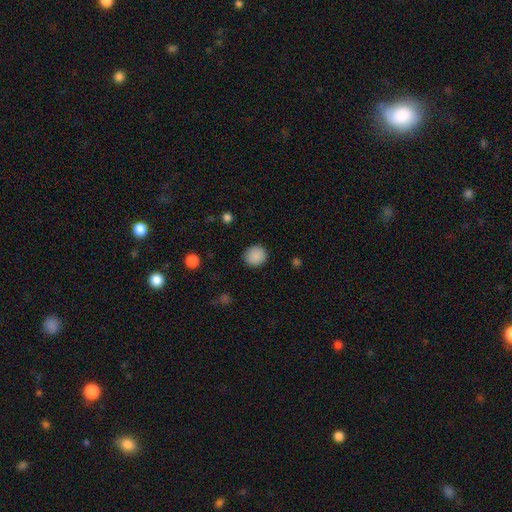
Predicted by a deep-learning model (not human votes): Morphology: type=smooth (89%); roundness=round (87%); merging=none (89%).